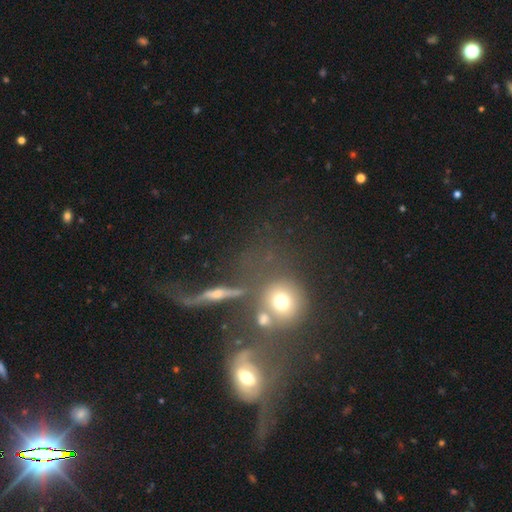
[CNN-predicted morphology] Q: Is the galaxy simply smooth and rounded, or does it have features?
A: smooth — 42%.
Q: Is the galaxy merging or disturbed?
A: merger — 54%.